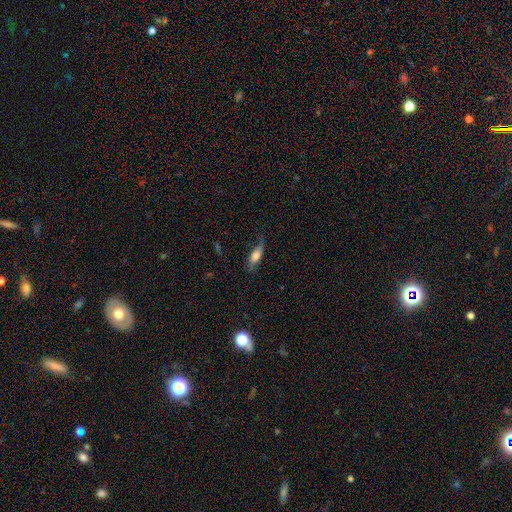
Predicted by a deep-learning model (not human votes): smooth 69%, featured or disk 24%, star or artifact 8%. Down the decision tree: how rounded — in between (62%); merging — none (56%).